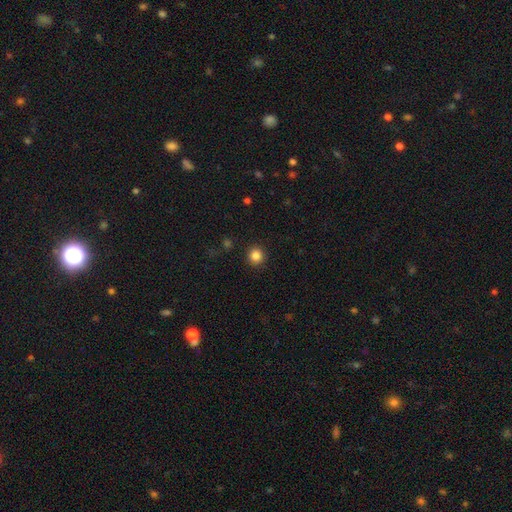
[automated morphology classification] A smooth galaxy with no disk features (84%) that is round (92%).

Vote fractions:
- Smooth or featured? smooth: 84% / star or artifact: 12% / featured or disk: 4%
- How rounded? round: 92% / in between: 7% / cigar-shaped: 1%
- Merging? none: 92% / minor disturbance: 5% / major disturbance: 2% / merger: 1%